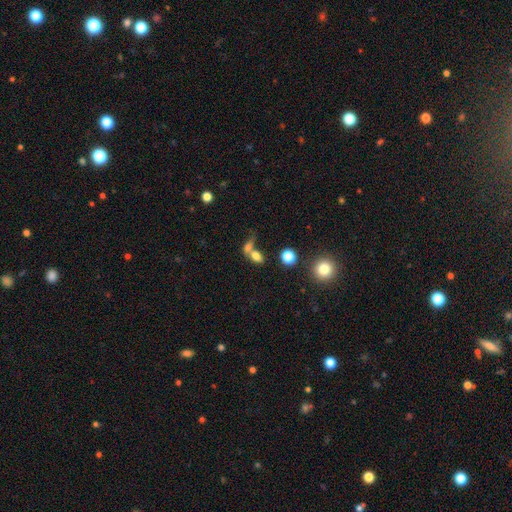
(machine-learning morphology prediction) Q: Smooth or featured?
A: smooth (73%); runner-up: featured or disk (14%)
Q: How rounded?
A: in between (73%); runner-up: round (21%)
Q: Merging?
A: merger (54%); runner-up: none (31%)